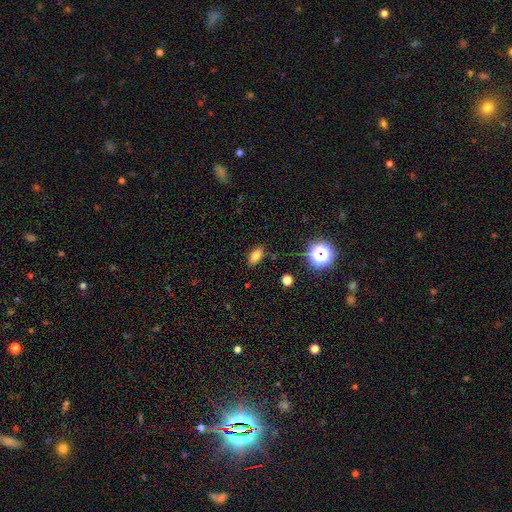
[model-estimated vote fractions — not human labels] A smooth galaxy with no disk features (76%) that is in between round and cigar-shaped (85%). Merging: none (84%).